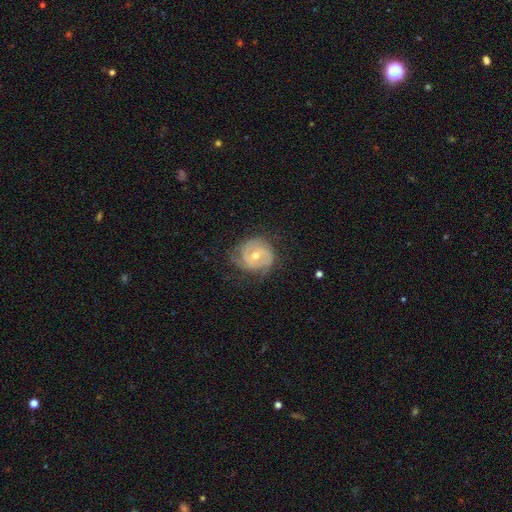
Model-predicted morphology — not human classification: This is likely a featured or disk galaxy (72%). It is clearly not viewed edge-on (97%). Bar: possibly no (48%). Spiral arm pattern: clearly yes (84%). Spiral arm count: possibly 2 (50%). Spiral winding: possibly tight (51%). Central bulge: likely moderate (60%). Merging: likely none (62%).